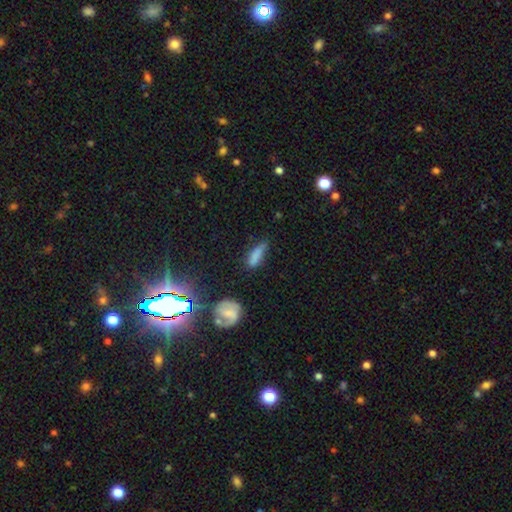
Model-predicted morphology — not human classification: smooth_or_featured: smooth (p=0.77) [alt: featured or disk p=0.14]
how_rounded: cigar-shaped (p=0.54) [alt: in between p=0.44]
merging: none (p=0.44) [alt: minor disturbance p=0.38]